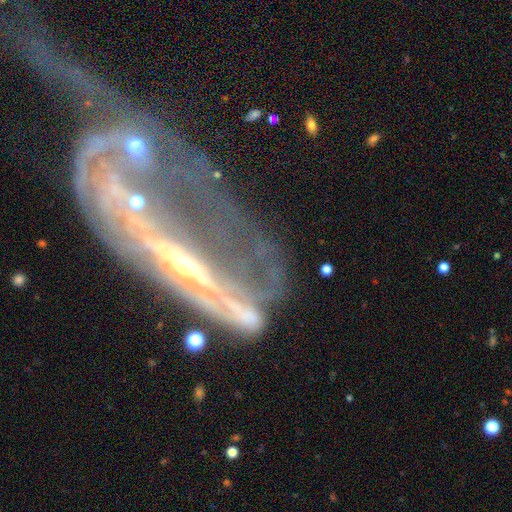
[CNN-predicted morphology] A featured or disk galaxy (77%) with no bar (48%), spiral arms (54%) and a small central bulge (46%). Merging: merger (54%).